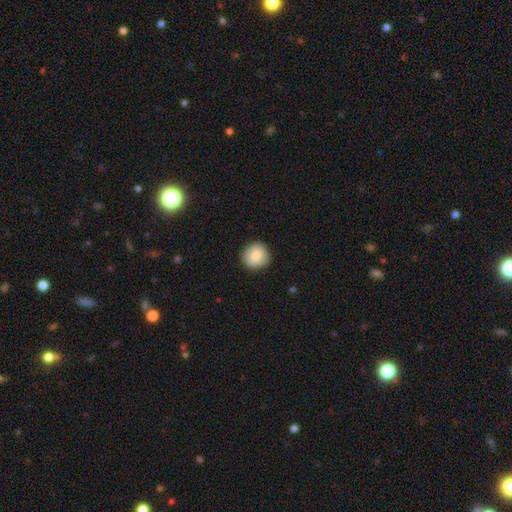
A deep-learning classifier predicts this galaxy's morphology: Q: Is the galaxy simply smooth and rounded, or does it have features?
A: smooth — 80%.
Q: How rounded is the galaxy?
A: round — 89%.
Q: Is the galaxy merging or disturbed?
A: none — 84%.